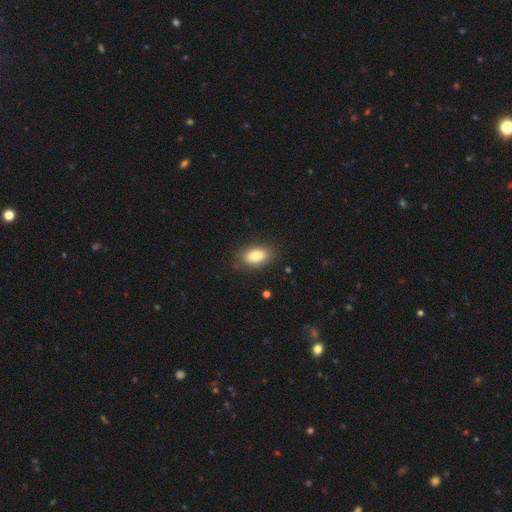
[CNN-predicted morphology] Overall: smooth (82%). How rounded: in between (89%). Merging: none (85%).